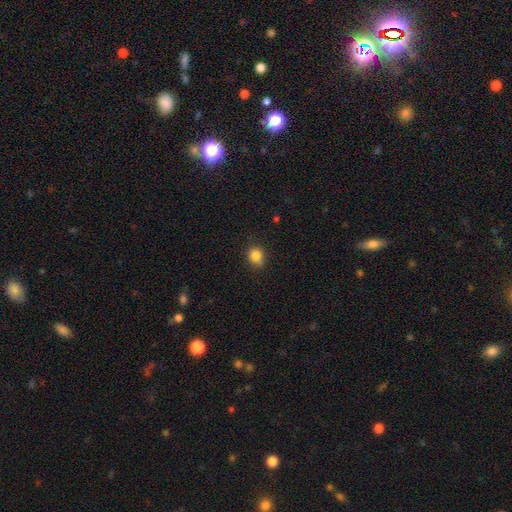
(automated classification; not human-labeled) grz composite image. It shows a smooth galaxy with no disk features (85%) that is round (73%). Merging: none (76%).